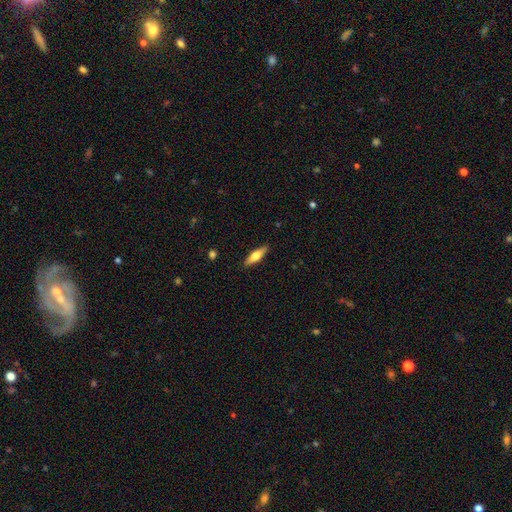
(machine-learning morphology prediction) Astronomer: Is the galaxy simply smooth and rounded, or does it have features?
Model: smooth — 59% (runner-up: featured or disk, 35%).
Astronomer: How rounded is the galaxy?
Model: cigar-shaped — 58% (runner-up: in between, 40%).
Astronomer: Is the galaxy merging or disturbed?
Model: none — 89%.